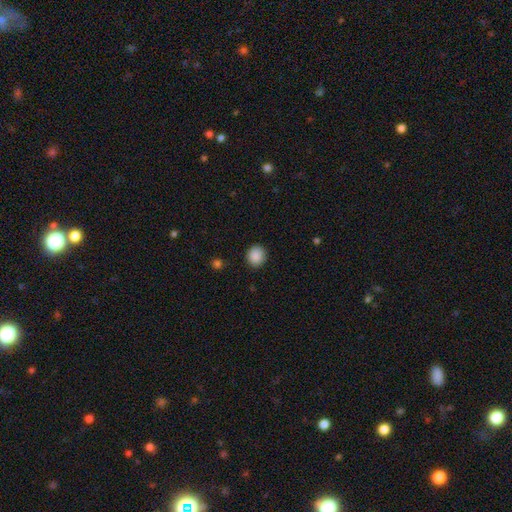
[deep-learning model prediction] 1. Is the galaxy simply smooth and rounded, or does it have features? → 89% smooth, 9% star or artifact, 3% featured or disk.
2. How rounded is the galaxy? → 79% round, 20% in between, 1% cigar-shaped.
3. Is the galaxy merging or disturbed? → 89% none, 7% minor disturbance, 2% major disturbance, 1% merger.